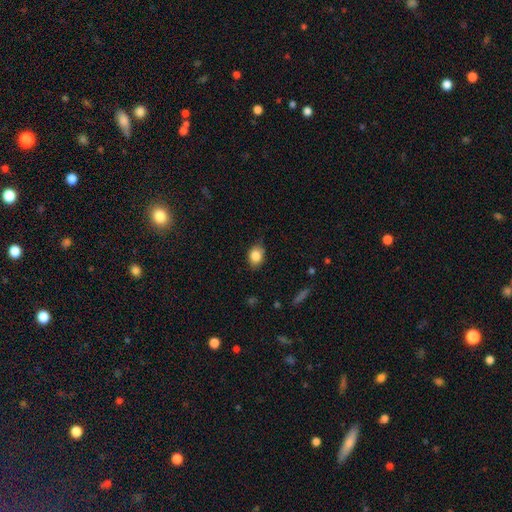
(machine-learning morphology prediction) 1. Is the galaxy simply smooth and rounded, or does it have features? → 83% smooth, 9% featured or disk, 8% star or artifact.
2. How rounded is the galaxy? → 68% in between, 31% round, 1% cigar-shaped.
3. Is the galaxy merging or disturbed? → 73% none, 22% minor disturbance, 4% major disturbance, 1% merger.